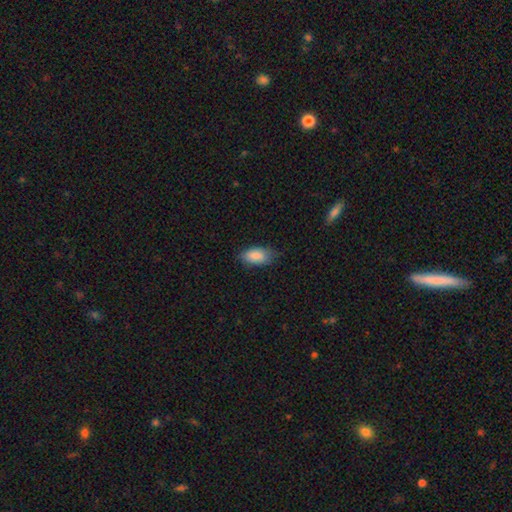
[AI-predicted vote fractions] Smooth or featured? smooth (86%)
How rounded? in between (92%)
Merging? none (71%)